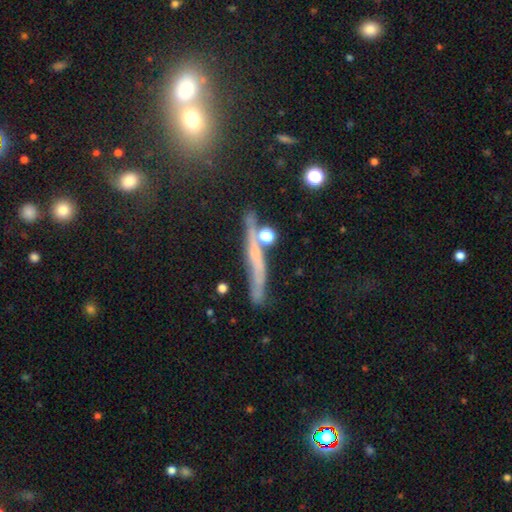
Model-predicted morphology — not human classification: smooth-or-featured: featured or disk: 51% | smooth: 36% | star or artifact: 13%
  disk-edge-on: yes: 83% | no: 17%
  merging: none: 64% | minor disturbance: 19% | merger: 10% | major disturbance: 7%